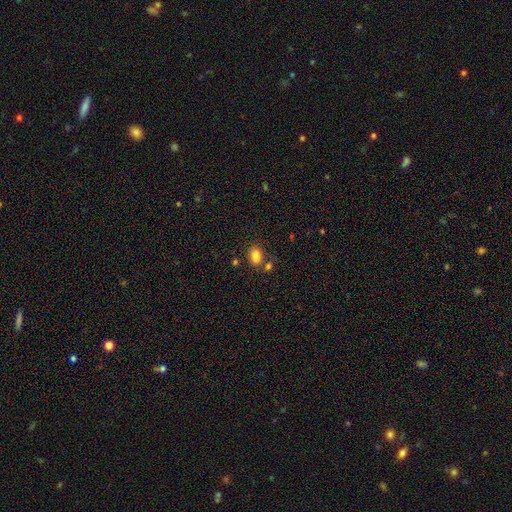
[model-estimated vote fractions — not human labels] Overall: smooth (83%). How rounded: in between (77%). Merging: none (66%).